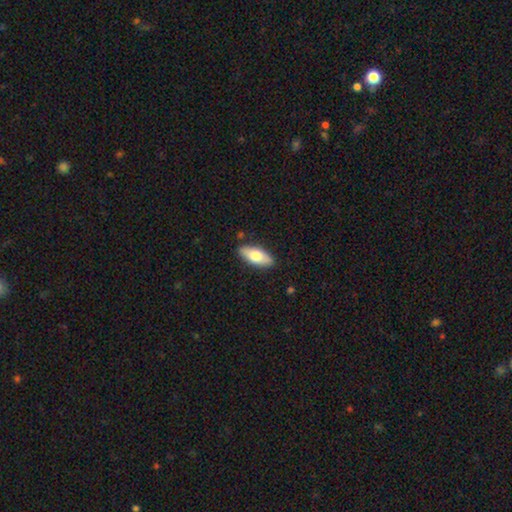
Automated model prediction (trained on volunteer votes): This appears to be a smooth galaxy with no disk features (69%) that is in between round and cigar-shaped (82%). Merging: none (86%).